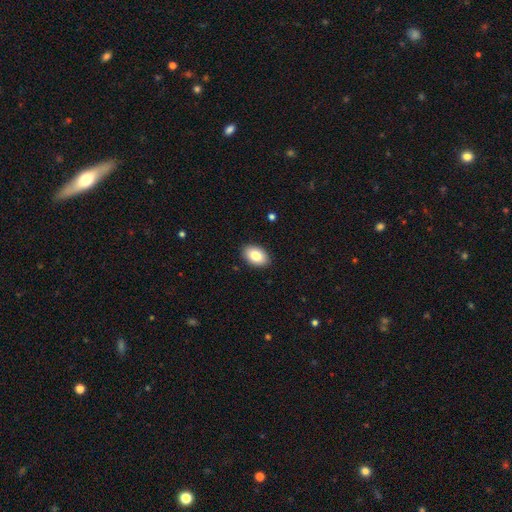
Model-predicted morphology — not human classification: This appears to be a smooth galaxy with no disk features (85%) that is in between round and cigar-shaped (91%). Merging: none (90%).